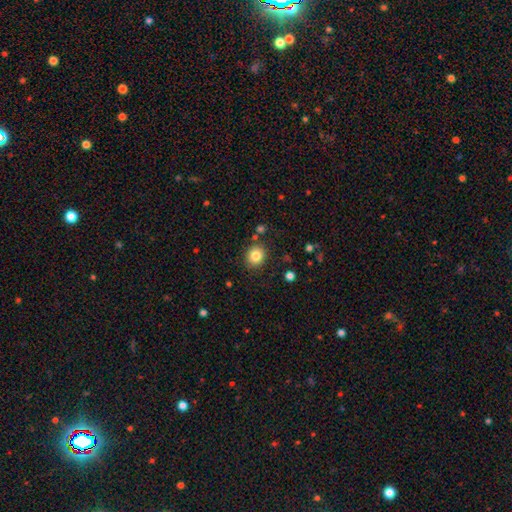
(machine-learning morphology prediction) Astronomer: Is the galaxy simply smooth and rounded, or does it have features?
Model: smooth — 83%.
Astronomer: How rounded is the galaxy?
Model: round — 76%.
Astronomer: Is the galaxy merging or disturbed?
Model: none — 86%.